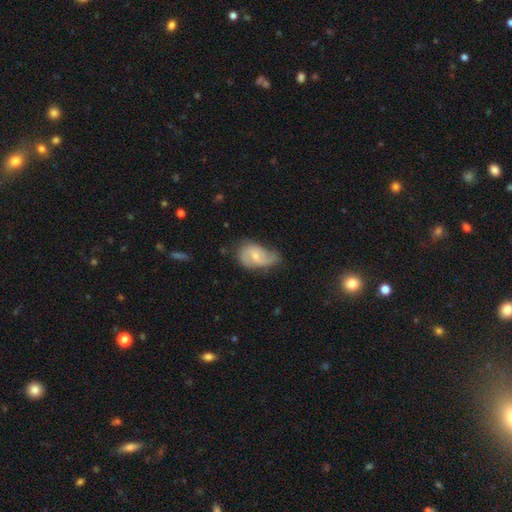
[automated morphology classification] smooth-or-featured: featured or disk: 64% | smooth: 29% | star or artifact: 7%
  disk-edge-on: no: 97% | yes: 3%
    bar: weak: 46% (tied) | no: 46% (tied) | strong: 8%
    has-spiral-arms: yes: 88% | no: 12%
      spiral-winding: medium: 44% | loose: 37% | tight: 19%
      spiral-arm-count: 2: 74% | can't tell: 11% | 1: 9% | 3: 3% | 4: 1% | more than 4: 1%
    bulge-size: small: 49% | moderate: 43% | none: 6% | large: 2% | dominant: 1%
  merging: none: 40% | minor disturbance: 38% | major disturbance: 20% | merger: 3%